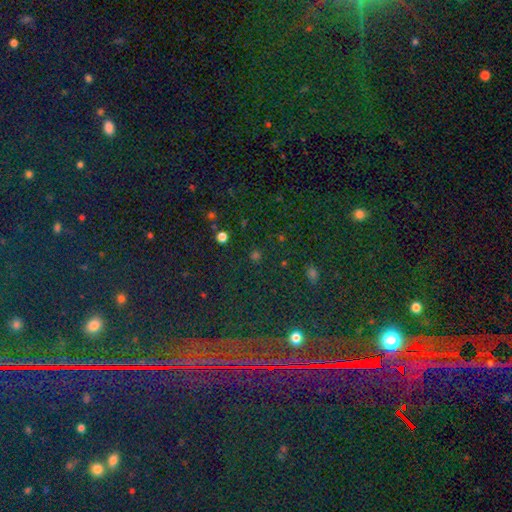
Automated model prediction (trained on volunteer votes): Smooth or featured? star or artifact (55%)